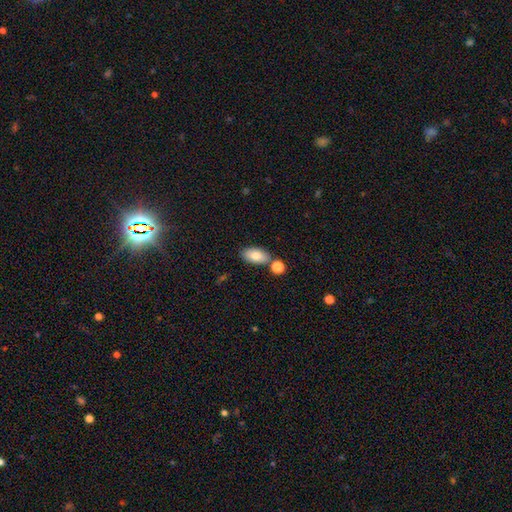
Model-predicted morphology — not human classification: smooth-or-featured: smooth: 80% | featured or disk: 13% | star or artifact: 8%
  how-rounded: in between: 92% | round: 4% | cigar-shaped: 4%
  merging: none: 72% | merger: 13% | minor disturbance: 12% | major disturbance: 3%